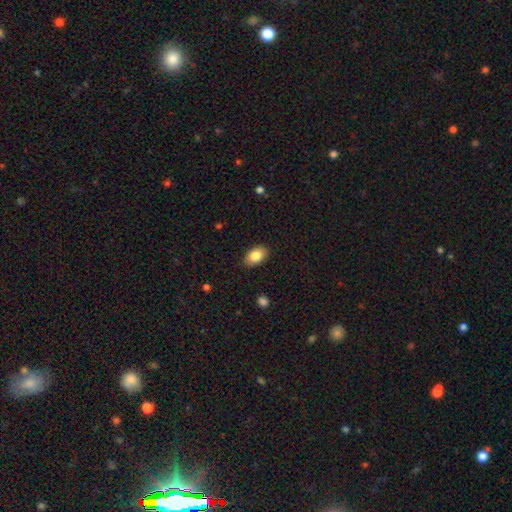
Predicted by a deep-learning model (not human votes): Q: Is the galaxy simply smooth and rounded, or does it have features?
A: smooth — 84%.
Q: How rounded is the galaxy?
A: in between — 91%.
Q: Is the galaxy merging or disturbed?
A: none — 88%.